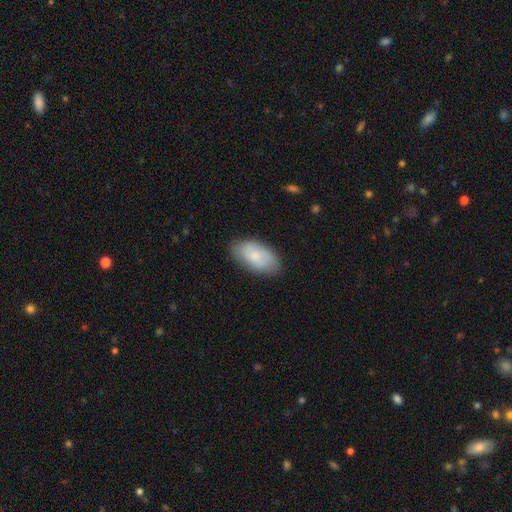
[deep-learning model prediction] Smooth or featured: smooth — 76% (featured or disk — 18%)
How rounded: in between — 94% (round — 3%)
Merging: none — 80% (minor disturbance — 15%)